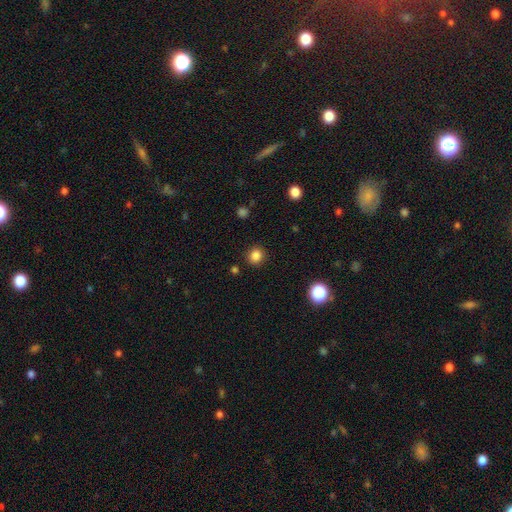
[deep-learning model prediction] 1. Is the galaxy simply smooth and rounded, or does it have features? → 83% smooth, 12% star or artifact, 4% featured or disk.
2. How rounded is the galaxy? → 90% round, 9% in between, 1% cigar-shaped.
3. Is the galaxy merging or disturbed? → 90% none, 6% minor disturbance, 2% major disturbance, 1% merger.